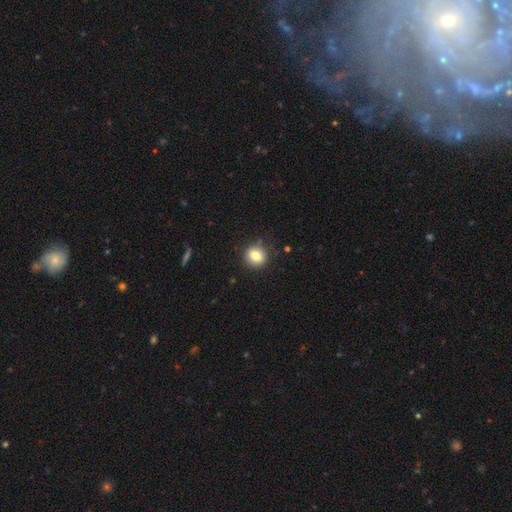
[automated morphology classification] Smooth or featured? Predicted: smooth (p=0.82). How rounded? Predicted: round (p=0.70). Merging? Predicted: none (p=0.84).